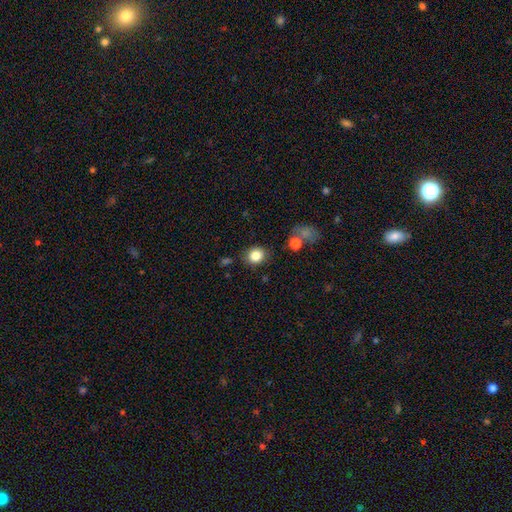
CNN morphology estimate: Q: Smooth or featured?
A: smooth (84%); runner-up: star or artifact (10%)
Q: How rounded?
A: round (70%); runner-up: in between (29%)
Q: Merging?
A: none (81%); runner-up: minor disturbance (12%)